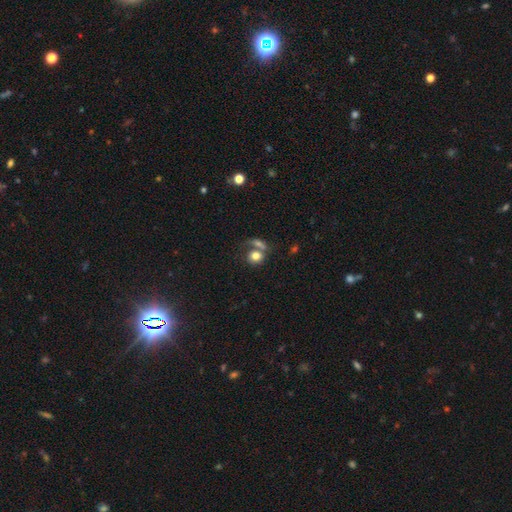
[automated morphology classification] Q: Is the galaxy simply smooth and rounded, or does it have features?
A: smooth — 74%.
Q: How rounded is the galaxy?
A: round — 72%.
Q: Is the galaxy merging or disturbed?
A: merger — 44%.